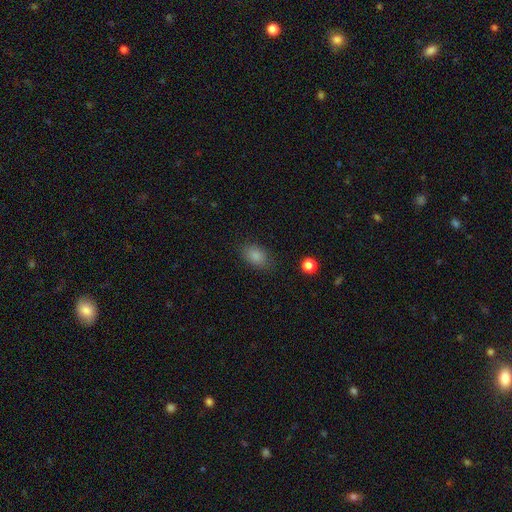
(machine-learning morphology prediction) smooth_or_featured: smooth (p=0.85) [alt: star or artifact p=0.10]
how_rounded: in between (p=0.84) [alt: round p=0.15]
merging: none (p=0.81) [alt: minor disturbance p=0.14]